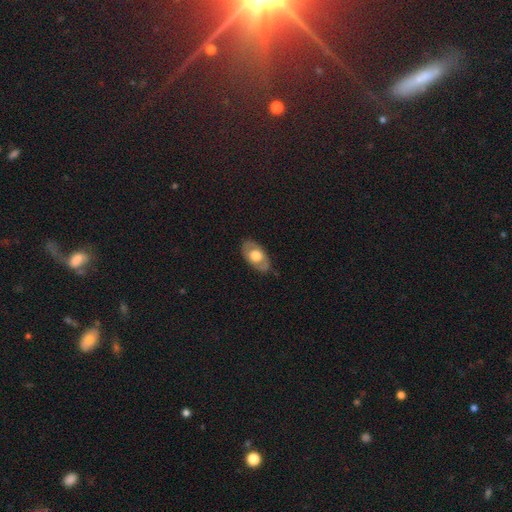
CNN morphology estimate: type=smooth (53%); roundness=in between (90%); merging=none (81%).